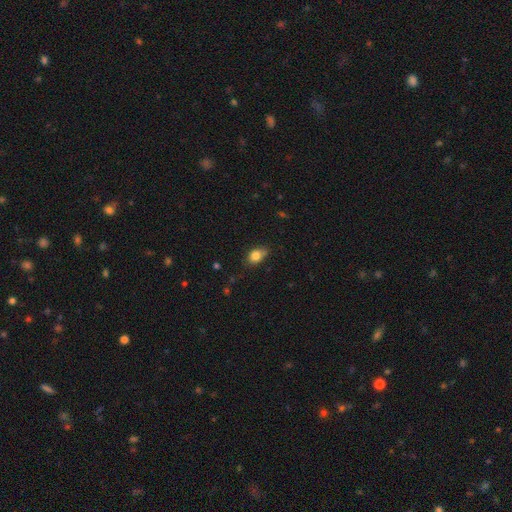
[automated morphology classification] This appears to be a smooth galaxy with no disk features (82%) that is in between round and cigar-shaped (74%). Merging: none (65%).